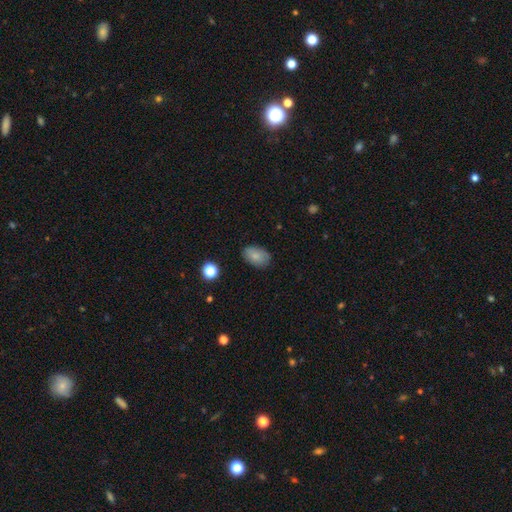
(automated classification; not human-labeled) This appears to be a smooth galaxy with no disk features (79%) that is in between round and cigar-shaped (88%). Merging: none (79%).